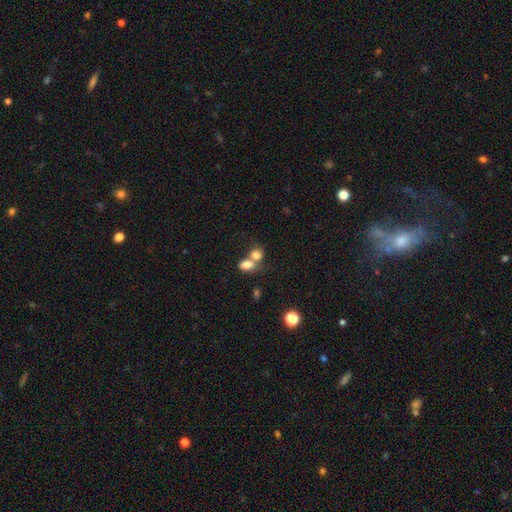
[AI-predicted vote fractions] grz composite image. It shows a smooth galaxy with no disk features (78%) that is in between round and cigar-shaped (53%). Merging: merger (63%).